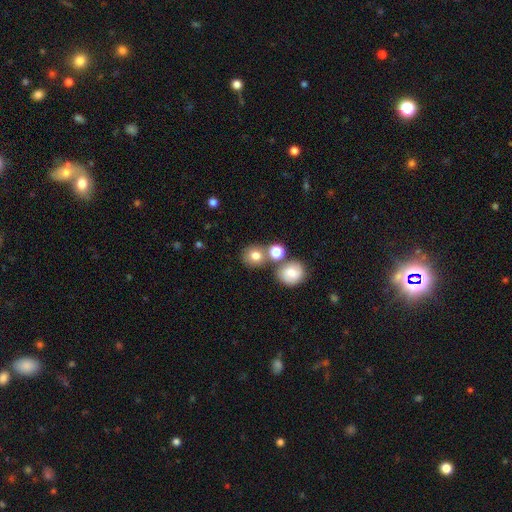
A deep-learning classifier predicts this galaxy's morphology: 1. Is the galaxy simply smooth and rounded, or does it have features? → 76% smooth, 12% star or artifact, 12% featured or disk.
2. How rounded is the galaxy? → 81% round, 18% in between, 1% cigar-shaped.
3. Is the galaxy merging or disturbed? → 63% none, 23% merger, 11% minor disturbance, 4% major disturbance.